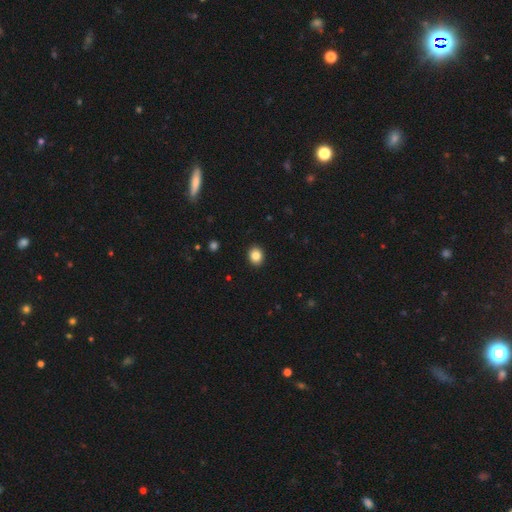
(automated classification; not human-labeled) The model was most divided on "how rounded": round: 63%, in between: 36%, cigar-shaped: 1%. More confident: merging — none (92%); smooth or featured — smooth (85%).